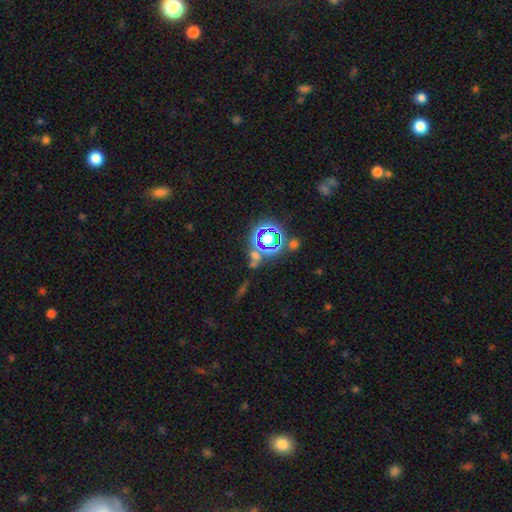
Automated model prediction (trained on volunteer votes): smooth-or-featured: star or artifact: 60% | smooth: 27% | featured or disk: 13%